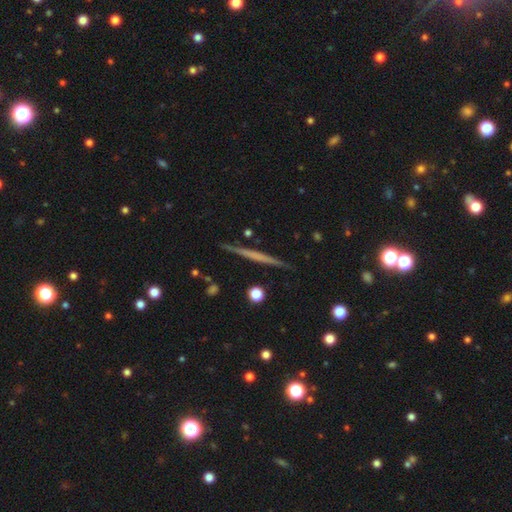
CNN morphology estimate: A featured or disk galaxy (58%) viewed edge-on (97%) with no central bulge (87%).

Vote fractions:
- Smooth or featured? featured or disk: 58% / smooth: 36% / star or artifact: 6%
- Edge-on disk? yes: 97% / no: 3%
- Edge-on bulge? none: 87% / rounded: 9% / boxy: 5%
- Merging? none: 91% / minor disturbance: 7% / major disturbance: 1% / merger: 1%